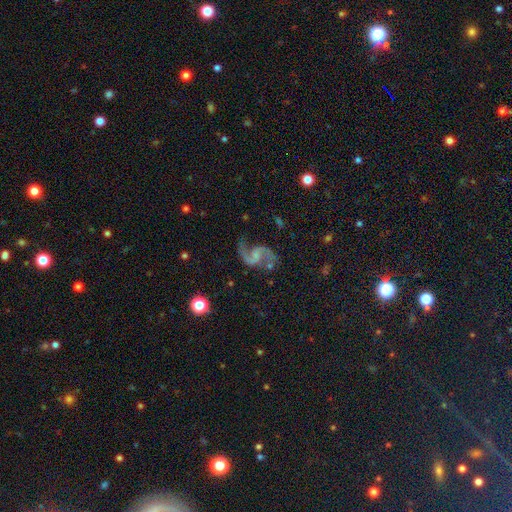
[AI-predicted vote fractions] This is clearly a featured or disk galaxy (89%). It is clearly not viewed edge-on (98%). Bar: possibly no (47%). Spiral arm pattern: clearly yes (97%). Spiral arm count: clearly 2 (92%). Spiral winding: likely loose (63%). Central bulge: marginally small (42%). Merging: likely none (67%).